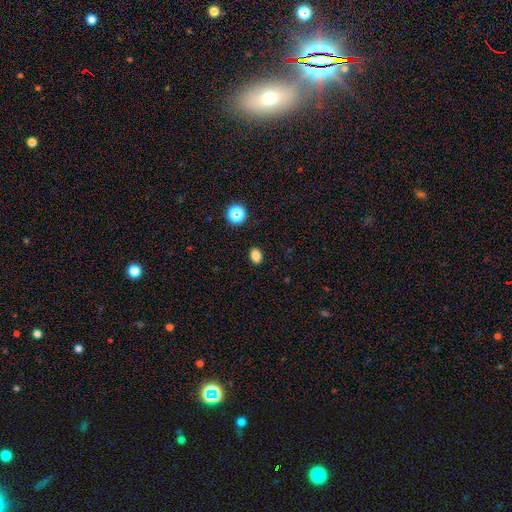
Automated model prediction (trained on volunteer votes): Smooth or featured? Predicted: smooth (p=0.82). How rounded? Predicted: in between (p=0.74). Merging? Predicted: none (p=0.89).